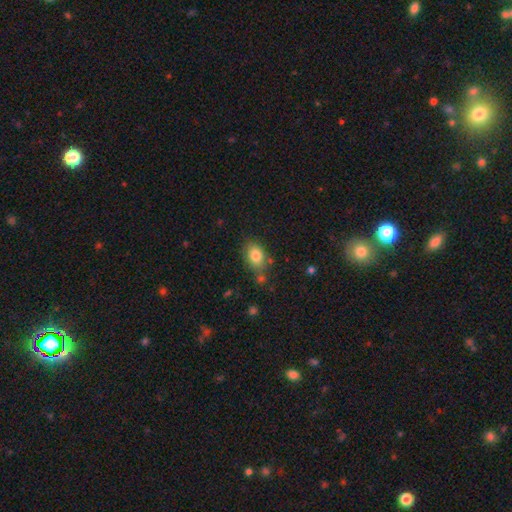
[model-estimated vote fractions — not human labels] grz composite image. It shows a smooth galaxy with no disk features (83%) that is in between round and cigar-shaped (77%). Merging: none (68%).